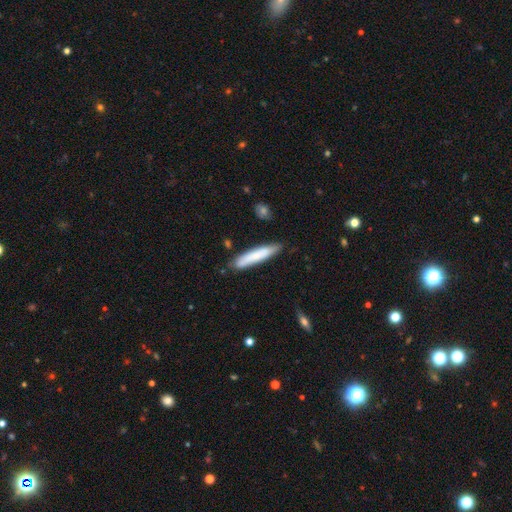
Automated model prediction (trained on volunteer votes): Smooth or featured: smooth — 75% (featured or disk — 20%)
How rounded: cigar-shaped — 89% (in between — 10%)
Merging: none — 82% (minor disturbance — 14%)